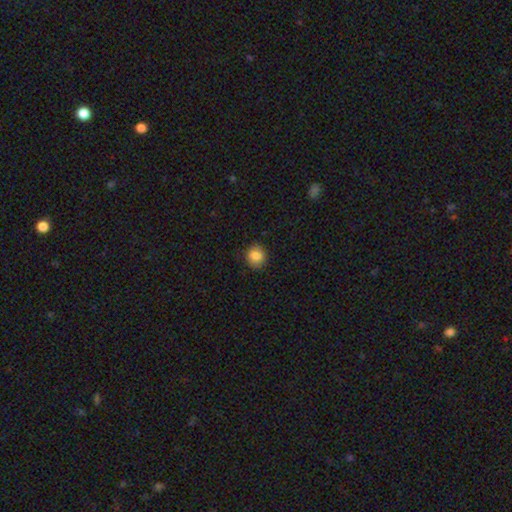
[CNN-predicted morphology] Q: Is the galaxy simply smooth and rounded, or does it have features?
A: smooth — 83%.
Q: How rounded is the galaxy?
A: round — 84%.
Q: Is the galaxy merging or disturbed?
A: none — 89%.